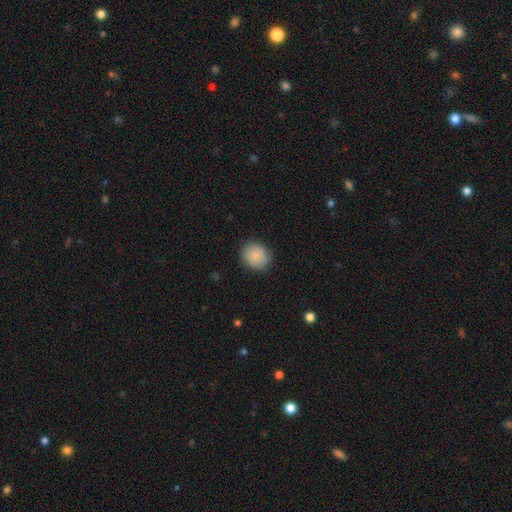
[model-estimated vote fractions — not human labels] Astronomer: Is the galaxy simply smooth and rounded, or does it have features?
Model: smooth — 86%.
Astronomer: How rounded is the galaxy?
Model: round — 78%.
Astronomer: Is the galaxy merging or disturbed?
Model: none — 85%.